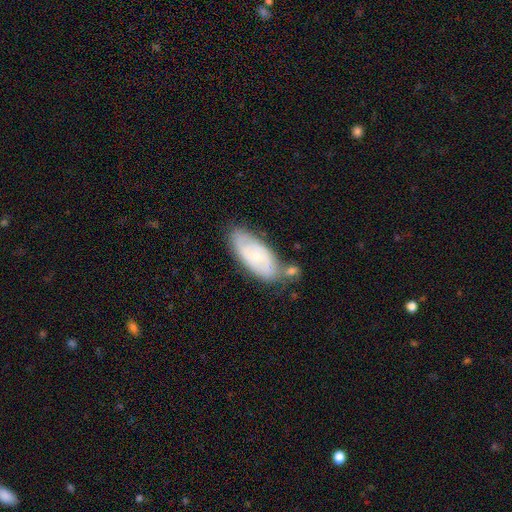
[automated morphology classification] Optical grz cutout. It shows a featured or disk galaxy (58%) with no bar (70%), spiral arms (78%) and a small central bulge (70%). Merging: none (58%).